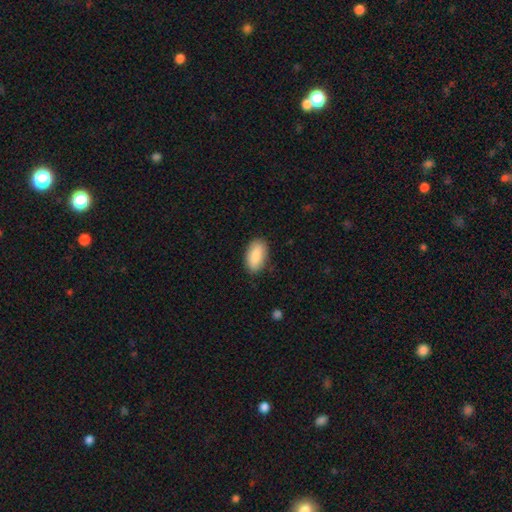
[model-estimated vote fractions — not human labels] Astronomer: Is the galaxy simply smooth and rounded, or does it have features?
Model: smooth — 88%.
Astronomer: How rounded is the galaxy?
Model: in between — 93%.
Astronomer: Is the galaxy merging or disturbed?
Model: none — 85%.